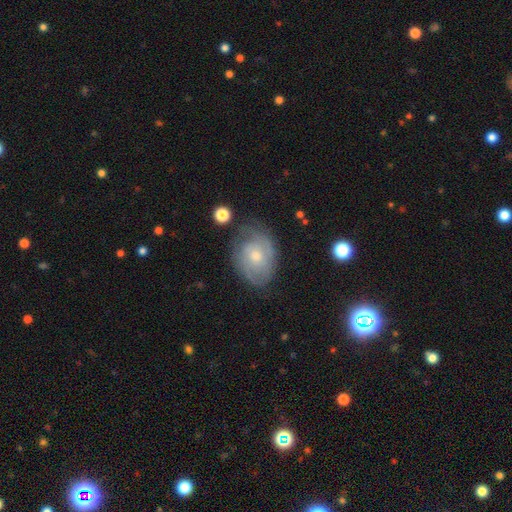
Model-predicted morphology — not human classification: A featured or disk galaxy (65%) with no bar (72%), 2 (42%) tight (58%) spiral arms (83%) and a small central bulge (49%).

Vote fractions:
- Smooth or featured? featured or disk: 65% / smooth: 27% / star or artifact: 8%
- Edge-on disk? no: 96% / yes: 4%
- Bar? no: 72% / weak: 24% / strong: 4%
- Spiral arms? yes: 83% / no: 17%
- Spiral winding? tight: 58% / medium: 32% / loose: 10%
- Spiral arm count? 2: 42% / can't tell: 39% / 3: 8% / 1: 5% / 4: 3% / more than 4: 3%
- Bulge size? small: 49% / moderate: 45% / large: 2% / none: 2% / dominant: 1%
- Merging? none: 70% / minor disturbance: 21% / major disturbance: 7% / merger: 2%